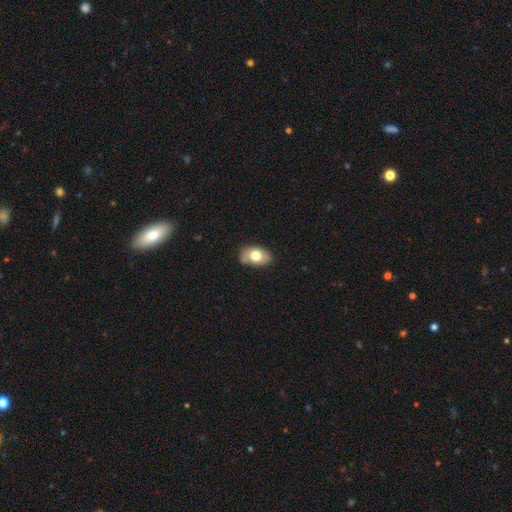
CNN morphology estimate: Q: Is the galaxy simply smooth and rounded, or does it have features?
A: smooth — 71%.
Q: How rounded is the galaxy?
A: in between — 86%.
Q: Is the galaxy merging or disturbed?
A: none — 72%.